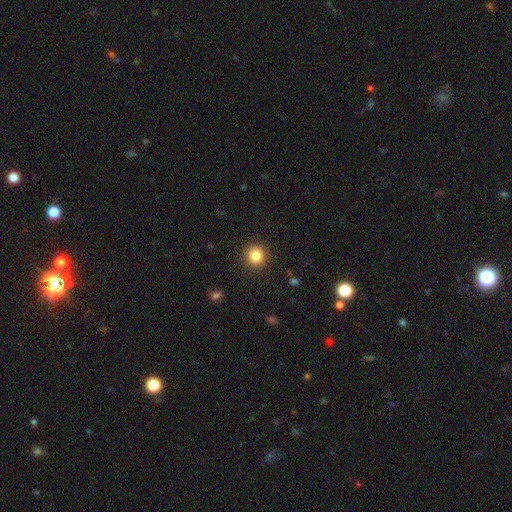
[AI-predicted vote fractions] The model was most divided on "smooth or featured": smooth: 84%, star or artifact: 10%, featured or disk: 5%. More confident: how rounded — round (94%); merging — none (91%).